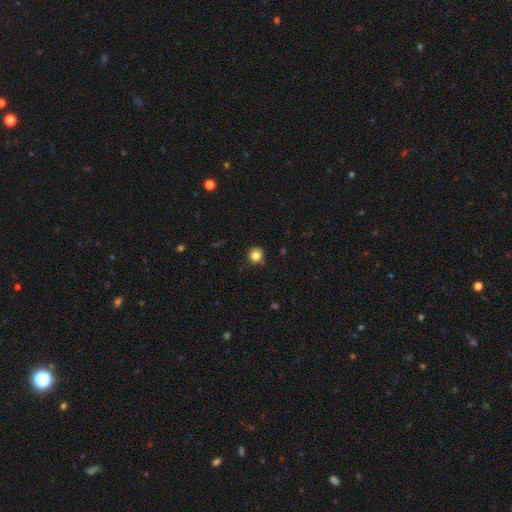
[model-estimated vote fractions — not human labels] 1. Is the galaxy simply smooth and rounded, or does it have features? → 83% smooth, 12% star or artifact, 5% featured or disk.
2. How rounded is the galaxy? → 91% round, 8% in between, 1% cigar-shaped.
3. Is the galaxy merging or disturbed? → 83% none, 13% minor disturbance, 2% major disturbance, 2% merger.